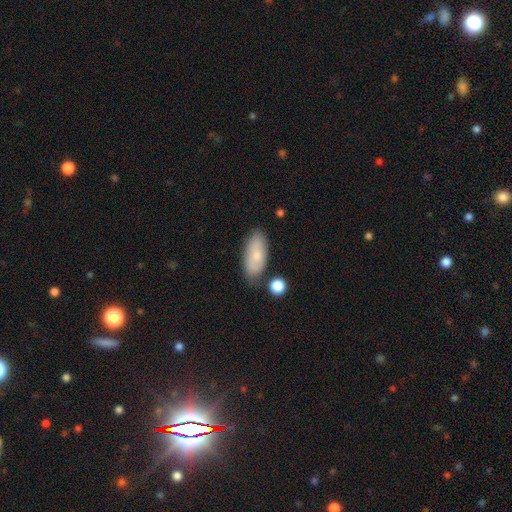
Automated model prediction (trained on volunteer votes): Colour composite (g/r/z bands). It shows a smooth galaxy with no disk features (75%) that is in between round and cigar-shaped (87%). Merging: none (72%).